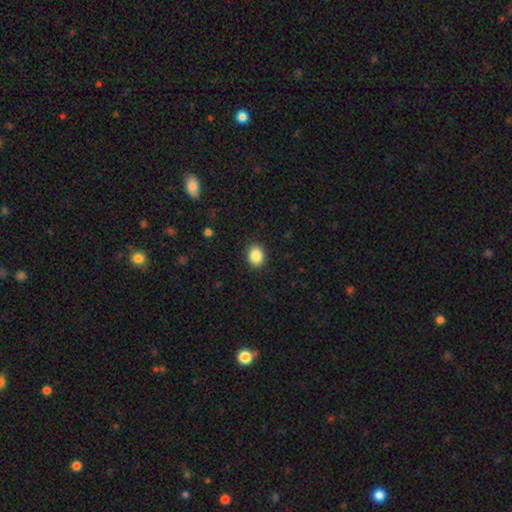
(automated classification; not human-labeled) Smooth or featured? smooth (87%)
How rounded? round (54%)
Merging? none (90%)